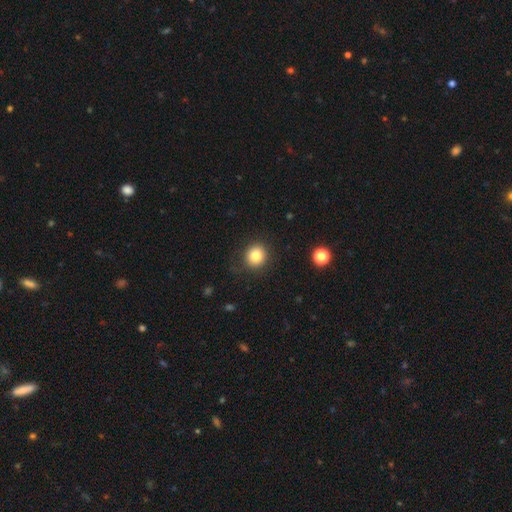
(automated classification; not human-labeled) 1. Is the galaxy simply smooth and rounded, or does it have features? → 82% smooth, 11% star or artifact, 7% featured or disk.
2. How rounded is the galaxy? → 86% round, 13% in between, 1% cigar-shaped.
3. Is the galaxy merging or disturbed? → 87% none, 9% minor disturbance, 3% major disturbance, 1% merger.